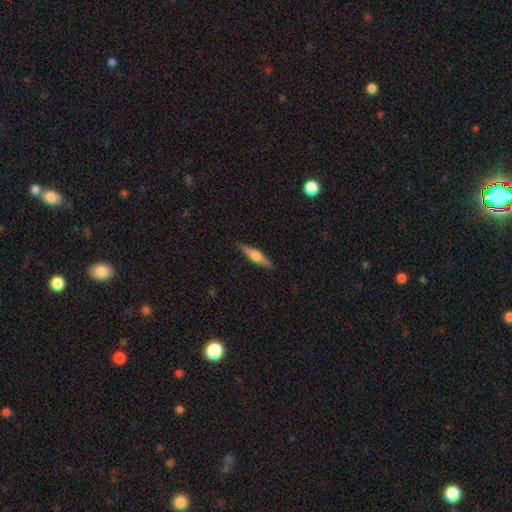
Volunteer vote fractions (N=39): Smooth or featured: featured or disk — 56% (smooth — 44%)
Edge-on disk: yes — 100%
Edge-on bulge: rounded — 86% (boxy — 14%)
Merging: none — 90% (minor disturbance — 8%)